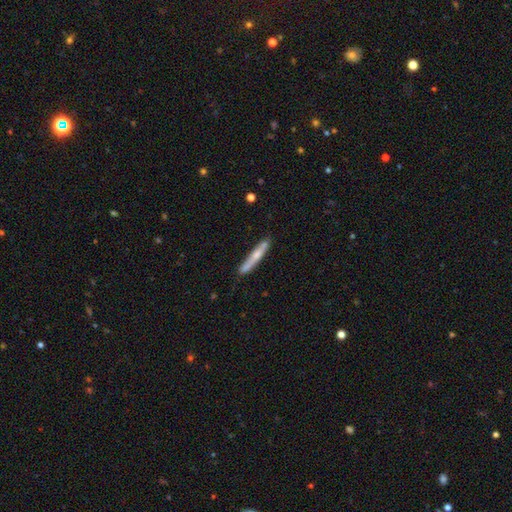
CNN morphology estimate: smooth_or_featured: smooth (p=0.52) [alt: featured or disk p=0.42]
how_rounded: cigar-shaped (p=0.95) [alt: in between p=0.04]
merging: none (p=0.79) [alt: minor disturbance p=0.15]